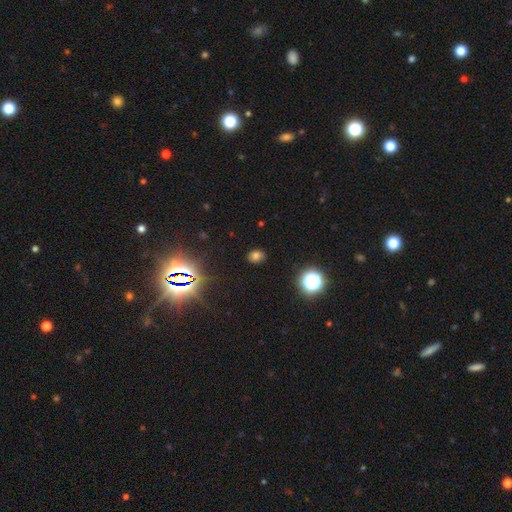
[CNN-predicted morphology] smooth_or_featured: smooth (p=0.68) [alt: star or artifact p=0.25]
how_rounded: round (p=0.52) [alt: in between p=0.47]
merging: none (p=0.84) [alt: minor disturbance p=0.11]